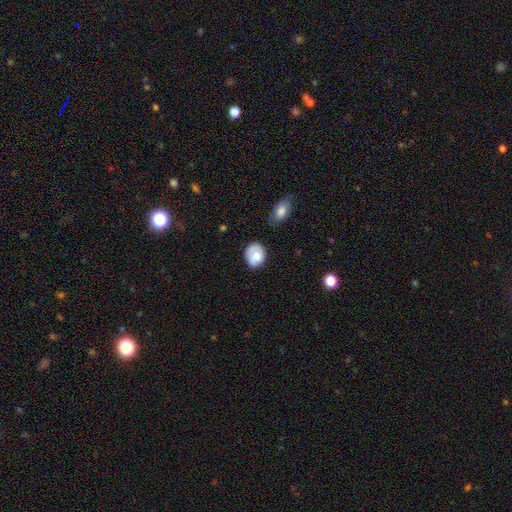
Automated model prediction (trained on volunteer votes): Smooth or featured? smooth (76%)
How rounded? round (55%)
Merging? none (57%)